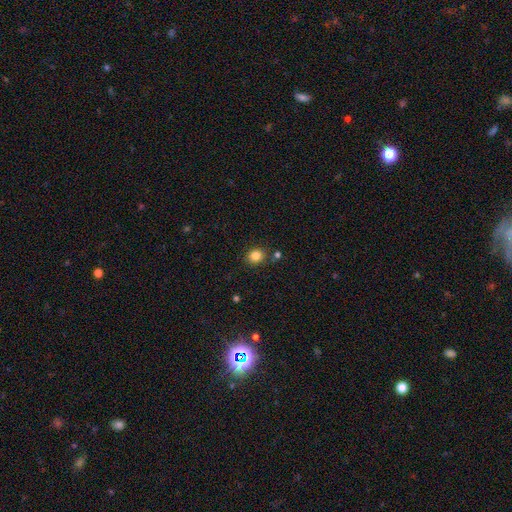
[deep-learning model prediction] A smooth galaxy with no disk features (83%) that is round (69%).

Vote fractions:
- Smooth or featured? smooth: 83% / star or artifact: 11% / featured or disk: 5%
- How rounded? round: 69% / in between: 30% / cigar-shaped: 1%
- Merging? none: 83% / minor disturbance: 9% / merger: 5% / major disturbance: 3%